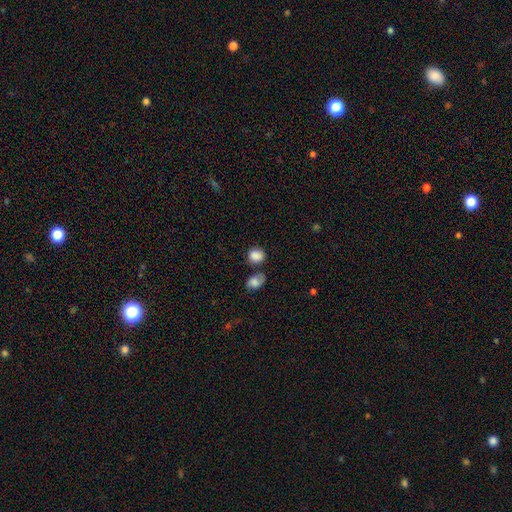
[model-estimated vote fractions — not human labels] Smooth or featured?
  - smooth: 85% *
  - star or artifact: 9%
  - featured or disk: 6%
How rounded?
  - round: 66% *
  - in between: 33%
  - cigar-shaped: 1%
Merging?
  - none: 64% *
  - minor disturbance: 16%
  - merger: 14%
  - major disturbance: 5%